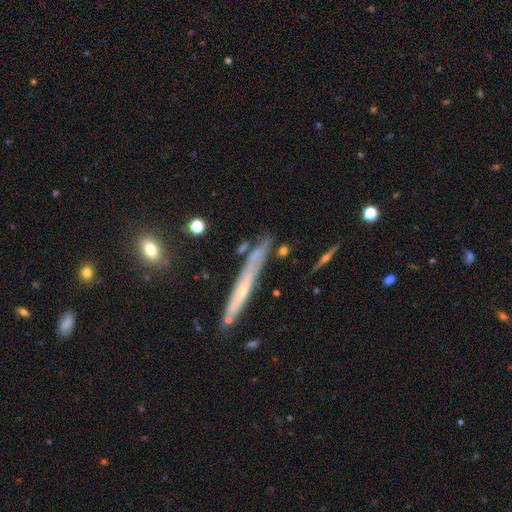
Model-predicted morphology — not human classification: Q: Smooth or featured?
A: smooth (45%); tied with: featured or disk (45%)
Q: Merging?
A: none (69%); runner-up: minor disturbance (18%)